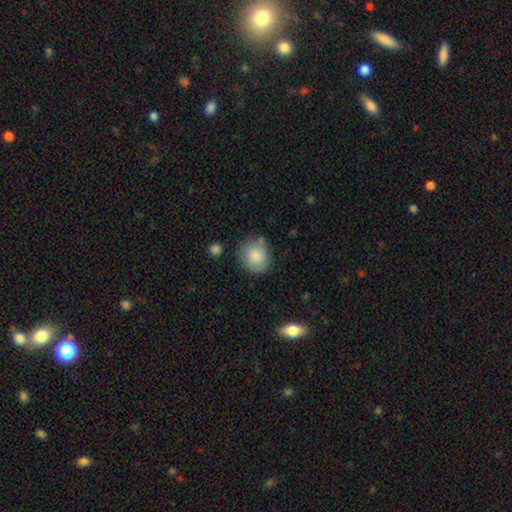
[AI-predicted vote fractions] Smooth or featured? smooth (85%)
How rounded? round (76%)
Merging? none (72%)